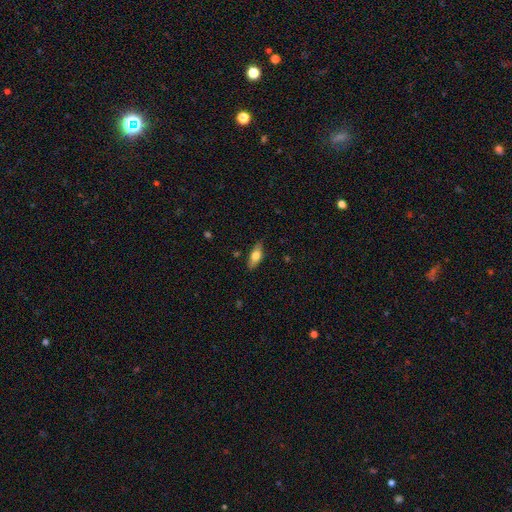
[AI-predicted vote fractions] This is likely a smooth galaxy (64%). How rounded: likely in between (72%). Merging: clearly none (84%).